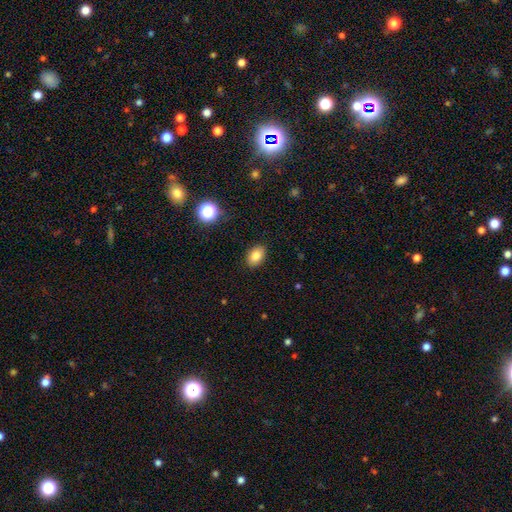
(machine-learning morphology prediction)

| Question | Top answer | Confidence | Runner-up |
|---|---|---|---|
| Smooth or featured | smooth | 84% | star or artifact (10%) |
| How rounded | in between | 83% | round (16%) |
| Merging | none | 88% | minor disturbance (8%) |